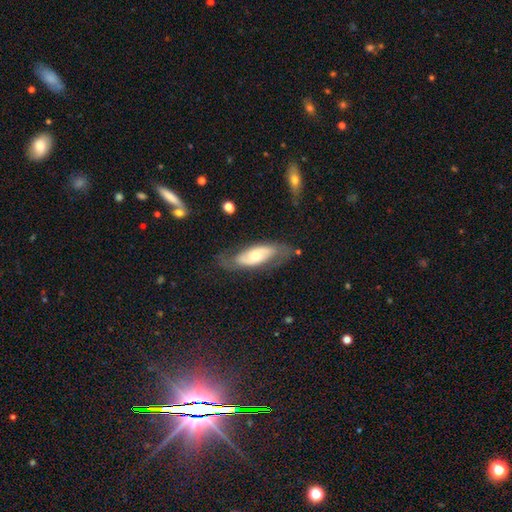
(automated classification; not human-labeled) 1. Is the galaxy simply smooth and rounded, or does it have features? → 59% featured or disk, 35% smooth, 6% star or artifact.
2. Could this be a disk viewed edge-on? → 83% no, 17% yes.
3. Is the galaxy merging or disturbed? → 64% none, 21% minor disturbance, 12% major disturbance, 2% merger.